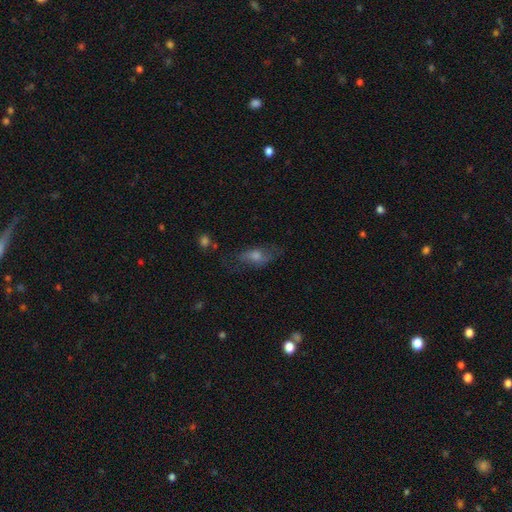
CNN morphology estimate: smooth_or_featured: smooth (p=0.43) [alt: featured or disk p=0.40]
merging: none (p=0.62) [alt: minor disturbance p=0.21]